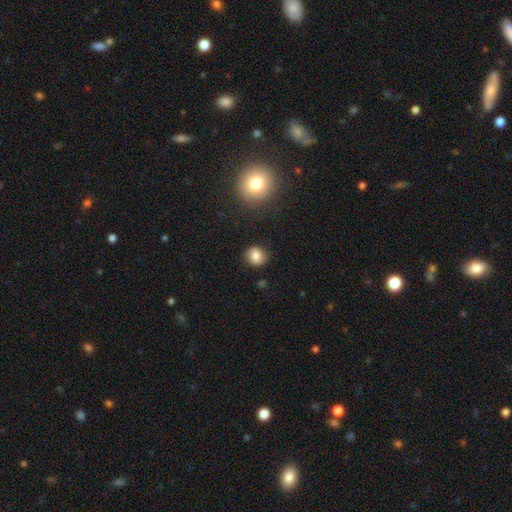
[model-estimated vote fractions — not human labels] Smooth or featured: smooth — 81% (star or artifact — 10%)
How rounded: round — 79% (in between — 20%)
Merging: none — 85% (minor disturbance — 10%)